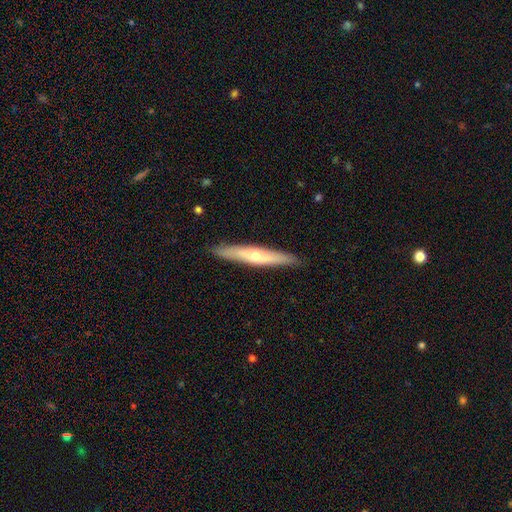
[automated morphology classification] A featured or disk galaxy (56%) viewed edge-on (88%).

Vote fractions:
- Smooth or featured? featured or disk: 56% / smooth: 38% / star or artifact: 6%
- Edge-on disk? yes: 88% / no: 12%
- Merging? none: 89% / minor disturbance: 8% / major disturbance: 2% / merger: 1%